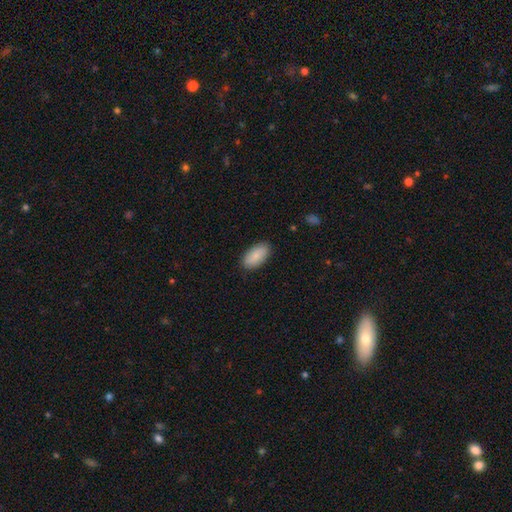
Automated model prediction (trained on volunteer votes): The model was most divided on "merging": none: 87%, minor disturbance: 10%, major disturbance: 2%, merger: 1%. More confident: how rounded — in between (94%); smooth or featured — smooth (87%).